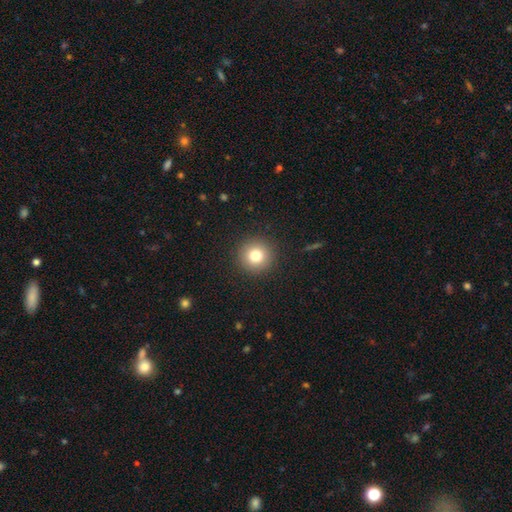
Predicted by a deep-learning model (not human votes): This is likely a smooth galaxy (79%). How rounded: clearly round (95%). Merging: clearly none (91%).